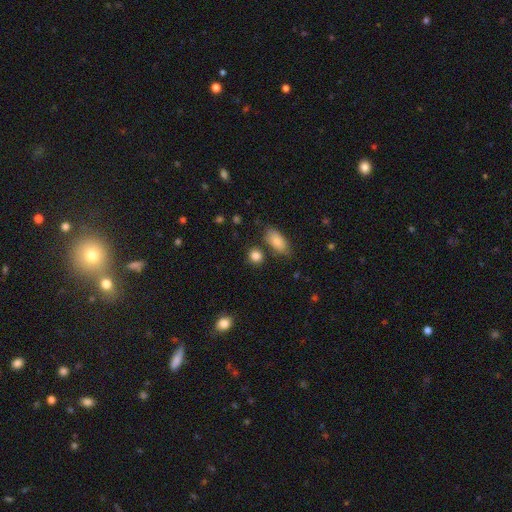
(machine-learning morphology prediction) Smooth or featured: smooth — 85% (star or artifact — 9%)
How rounded: round — 68% (in between — 30%)
Merging: none — 76% (minor disturbance — 11%)